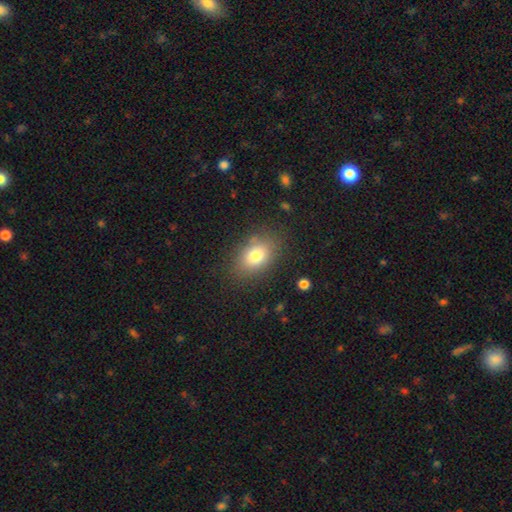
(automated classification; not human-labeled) This appears to be a smooth galaxy with no disk features (78%) that is in between round and cigar-shaped (80%). Merging: none (80%).